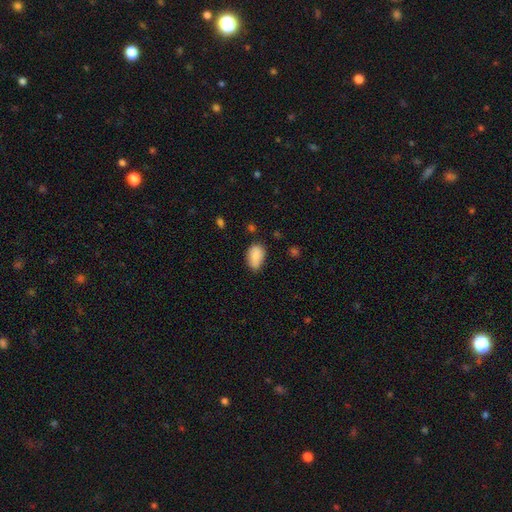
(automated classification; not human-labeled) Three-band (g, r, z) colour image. It shows a smooth galaxy with no disk features (86%) that is in between round and cigar-shaped (89%). Merging: none (61%).